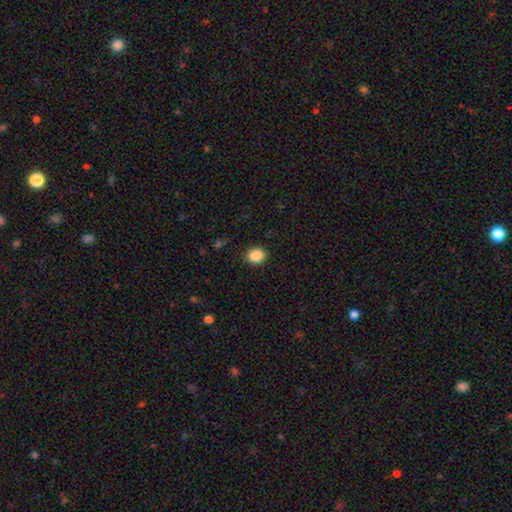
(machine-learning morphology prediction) Smooth or featured? smooth (88%)
How rounded? round (71%)
Merging? none (90%)